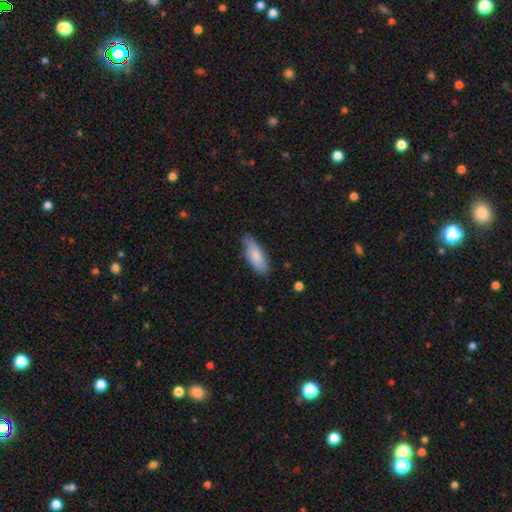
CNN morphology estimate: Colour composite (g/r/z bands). It shows a smooth galaxy with no disk features (82%) that is in between round and cigar-shaped (63%). Merging: none (79%).